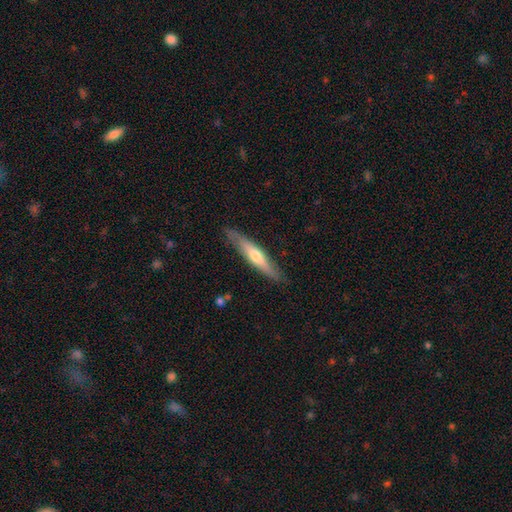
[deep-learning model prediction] Overall: featured or disk (47%, tied with smooth). Merging: none (84%).